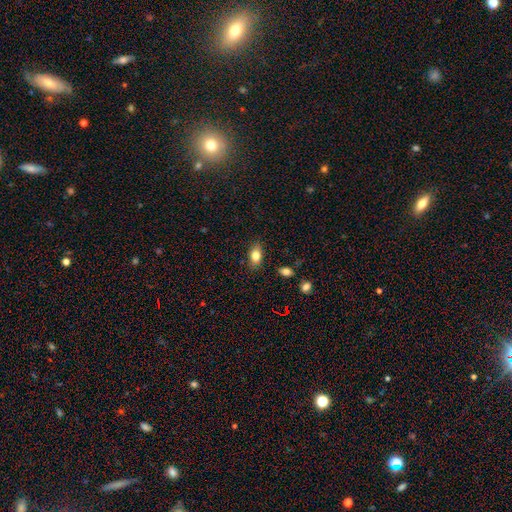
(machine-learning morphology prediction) smooth 80%, featured or disk 11%, star or artifact 9%. Down the decision tree: how rounded — in between (86%); merging — none (85%).